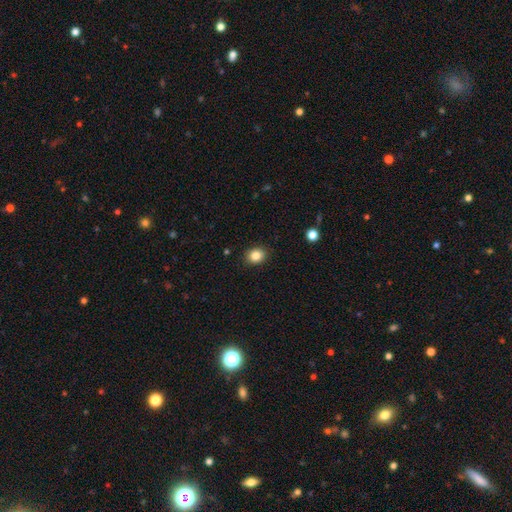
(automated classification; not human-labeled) Smooth or featured: smooth — 85% (star or artifact — 10%)
How rounded: round — 54% (in between — 45%)
Merging: none — 89% (minor disturbance — 8%)